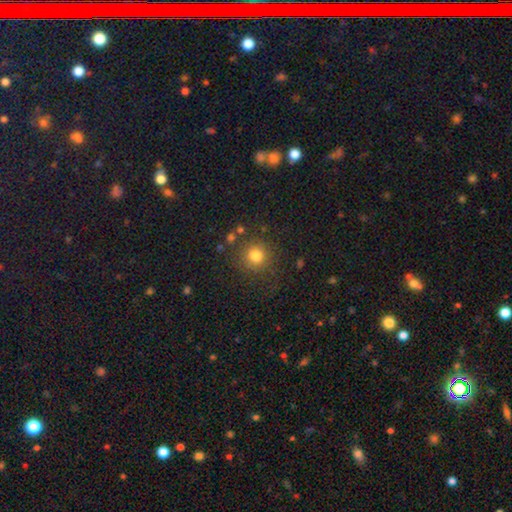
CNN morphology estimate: Q: Smooth or featured?
A: smooth (80%); runner-up: star or artifact (14%)
Q: How rounded?
A: round (92%); runner-up: in between (7%)
Q: Merging?
A: none (84%); runner-up: minor disturbance (9%)